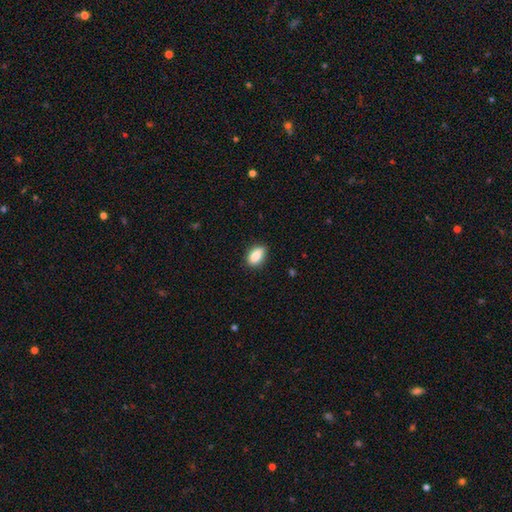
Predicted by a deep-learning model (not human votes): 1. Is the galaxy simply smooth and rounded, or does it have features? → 86% smooth, 8% star or artifact, 6% featured or disk.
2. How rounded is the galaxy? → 86% in between, 10% round, 4% cigar-shaped.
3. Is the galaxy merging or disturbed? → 82% none, 15% minor disturbance, 3% major disturbance, 1% merger.